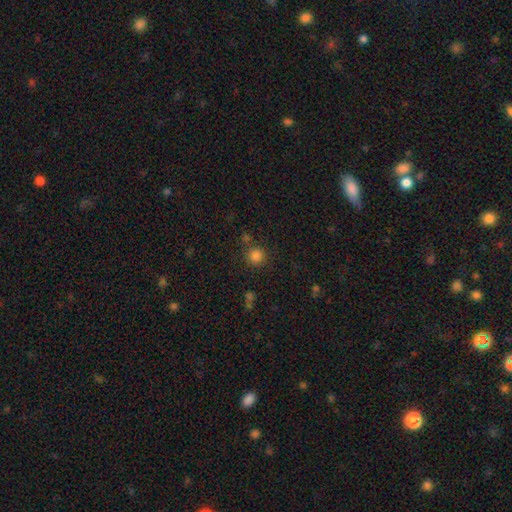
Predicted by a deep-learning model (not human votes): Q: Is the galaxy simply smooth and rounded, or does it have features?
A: smooth — 82%.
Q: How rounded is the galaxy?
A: round — 92%.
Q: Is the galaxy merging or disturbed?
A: none — 77%.